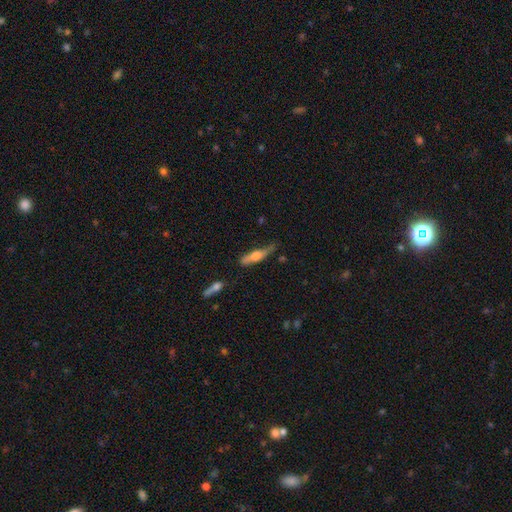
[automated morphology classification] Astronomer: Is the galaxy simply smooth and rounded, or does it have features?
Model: smooth — 49% (runner-up: featured or disk, 45%).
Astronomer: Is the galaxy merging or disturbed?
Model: none — 57%.